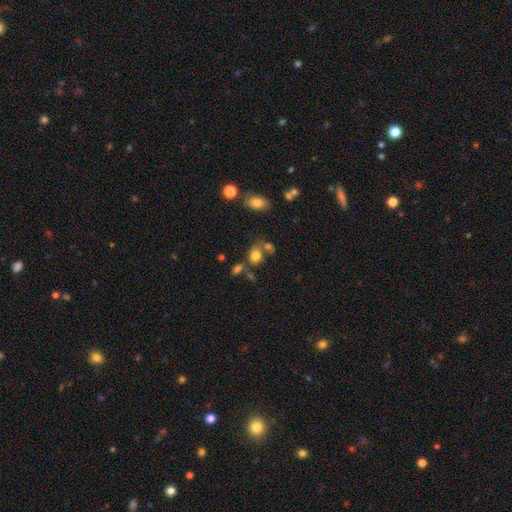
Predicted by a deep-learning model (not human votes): smooth_or_featured: smooth (p=0.77) [alt: star or artifact p=0.13]
how_rounded: in between (p=0.54) [alt: round p=0.44]
merging: none (p=0.54) [alt: merger p=0.24]